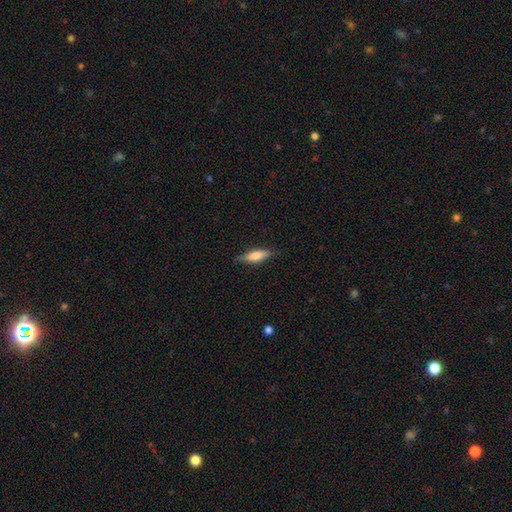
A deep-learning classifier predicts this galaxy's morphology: smooth 62%, featured or disk 32%, star or artifact 6%. Down the decision tree: how rounded — cigar-shaped (53%); merging — none (80%).